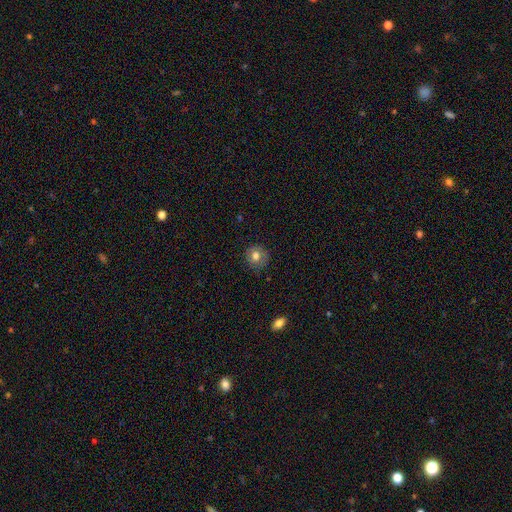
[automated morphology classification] This is likely a smooth galaxy (74%). How rounded: clearly round (86%). Merging: clearly none (81%).